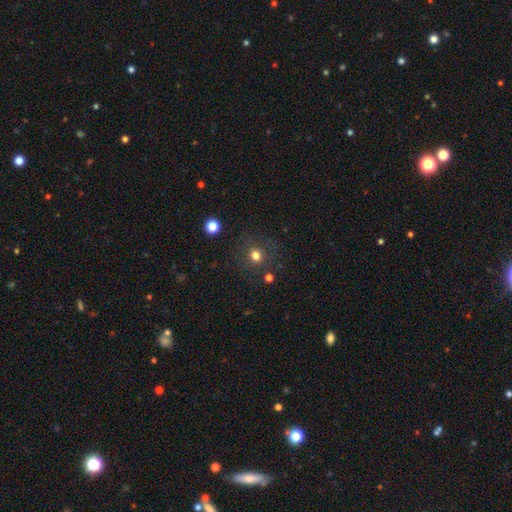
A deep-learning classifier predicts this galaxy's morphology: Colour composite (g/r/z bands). It shows a smooth galaxy with no disk features (75%) that is round (81%). Merging: none (81%).